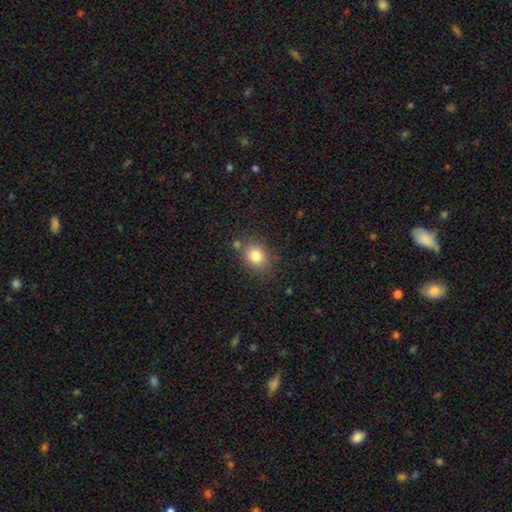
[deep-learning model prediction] A smooth galaxy with no disk features (82%) that is round (59%). Merging: none (76%).